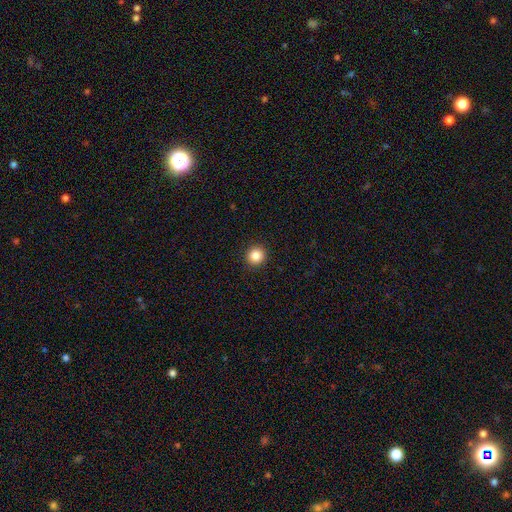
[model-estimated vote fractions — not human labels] smooth_or_featured: smooth (p=0.86) [alt: star or artifact p=0.11]
how_rounded: round (p=0.93) [alt: in between p=0.06]
merging: none (p=0.93) [alt: minor disturbance p=0.05]